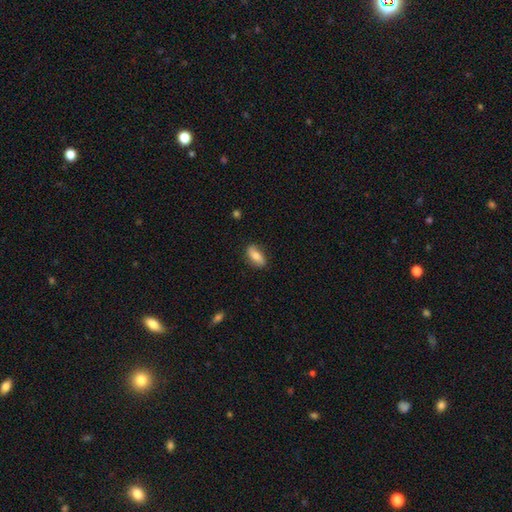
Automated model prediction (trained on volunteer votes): Smooth or featured?
  - smooth: 67% *
  - featured or disk: 26%
  - star or artifact: 7%
How rounded?
  - in between: 86% *
  - cigar-shaped: 9%
  - round: 4%
Merging?
  - none: 80% *
  - minor disturbance: 16%
  - major disturbance: 3%
  - merger: 1%